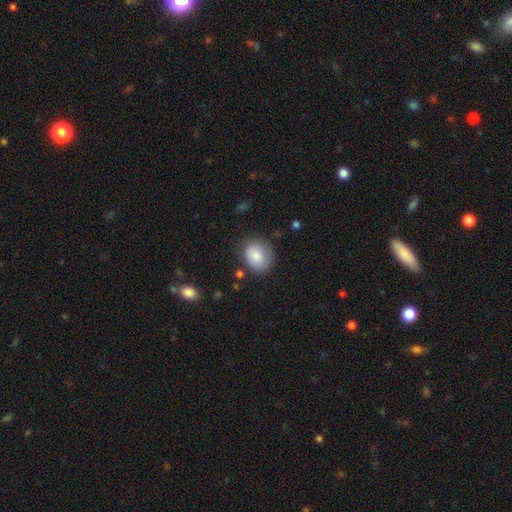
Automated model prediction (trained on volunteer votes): The model was most divided on "how rounded": round: 57%, in between: 42%, cigar-shaped: 1%. More confident: smooth or featured — smooth (82%); merging — none (75%).